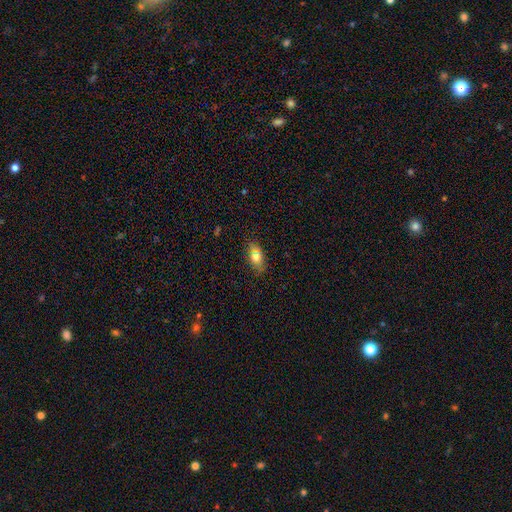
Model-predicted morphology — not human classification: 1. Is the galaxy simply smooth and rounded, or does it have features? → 74% smooth, 18% featured or disk, 8% star or artifact.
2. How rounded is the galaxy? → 84% in between, 10% cigar-shaped, 6% round.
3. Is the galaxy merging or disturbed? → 82% none, 14% minor disturbance, 3% major disturbance, 1% merger.